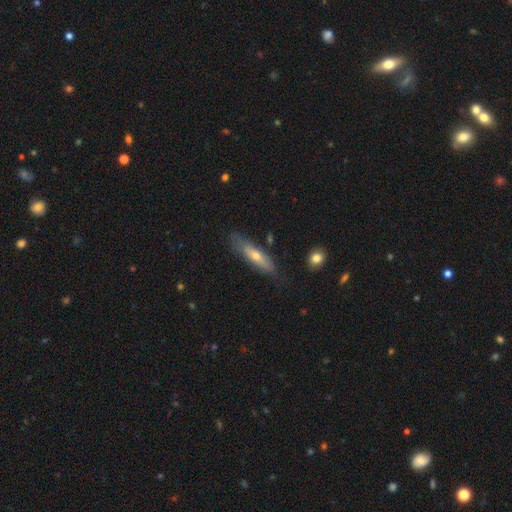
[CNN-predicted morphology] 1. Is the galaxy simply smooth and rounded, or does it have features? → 47% smooth, 46% featured or disk, 6% star or artifact.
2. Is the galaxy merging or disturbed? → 71% none, 21% minor disturbance, 5% major disturbance, 2% merger.